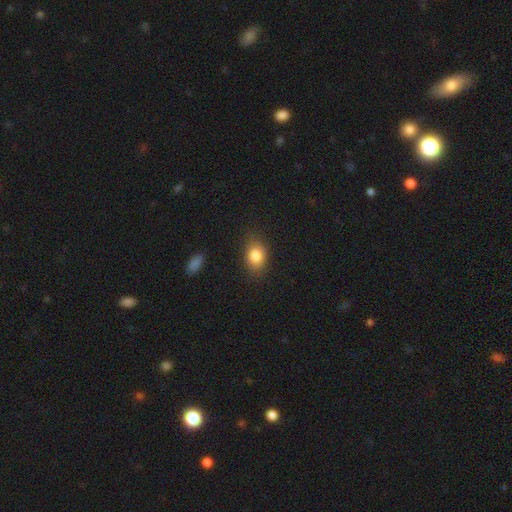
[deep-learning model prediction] Overall: smooth (84%). How rounded: in between (71%). Merging: none (80%).